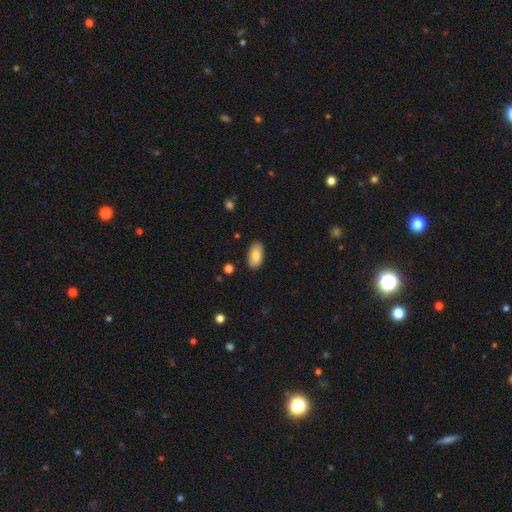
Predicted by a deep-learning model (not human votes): The model was most divided on "smooth or featured": smooth: 82%, featured or disk: 11%, star or artifact: 7%. More confident: how rounded — in between (94%); merging — none (86%).